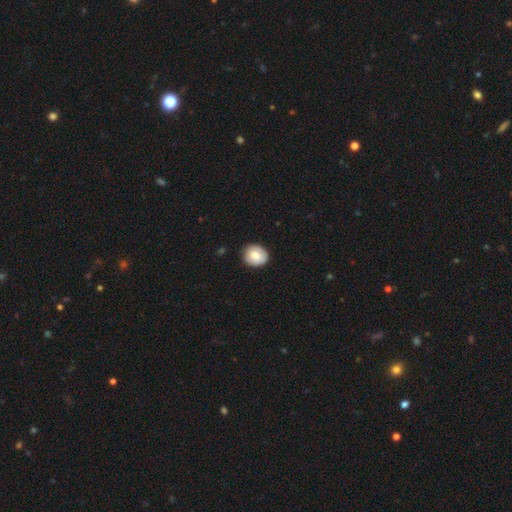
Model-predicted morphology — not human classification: smooth_or_featured: smooth (p=0.76) [alt: featured or disk p=0.16]
how_rounded: round (p=0.77) [alt: in between p=0.22]
merging: none (p=0.84) [alt: minor disturbance p=0.12]